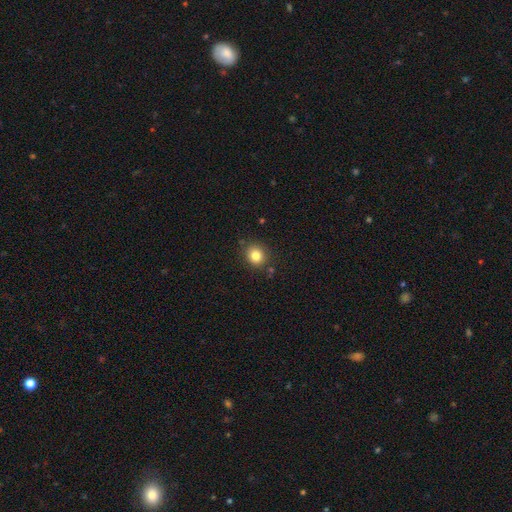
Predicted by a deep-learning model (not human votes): This is clearly a smooth galaxy (83%). How rounded: likely round (77%). Merging: clearly none (84%).